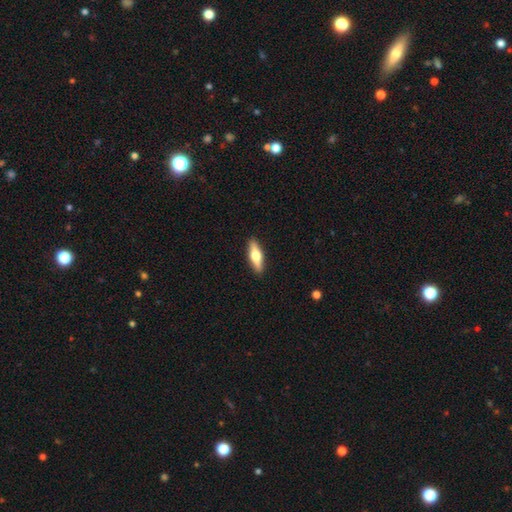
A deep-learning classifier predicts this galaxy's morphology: smooth_or_featured: smooth (p=0.53) [alt: featured or disk p=0.42]
how_rounded: cigar-shaped (p=0.53) [alt: in between p=0.44]
merging: none (p=0.91) [alt: minor disturbance p=0.07]